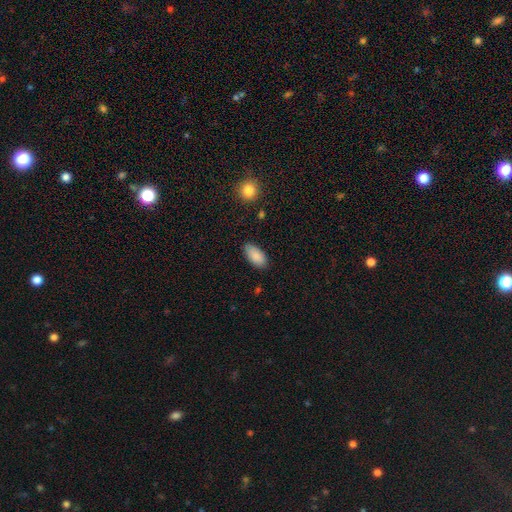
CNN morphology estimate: The model was most divided on "merging": none: 83%, minor disturbance: 13%, major disturbance: 2%, merger: 1%. More confident: how rounded — in between (94%); smooth or featured — smooth (87%).